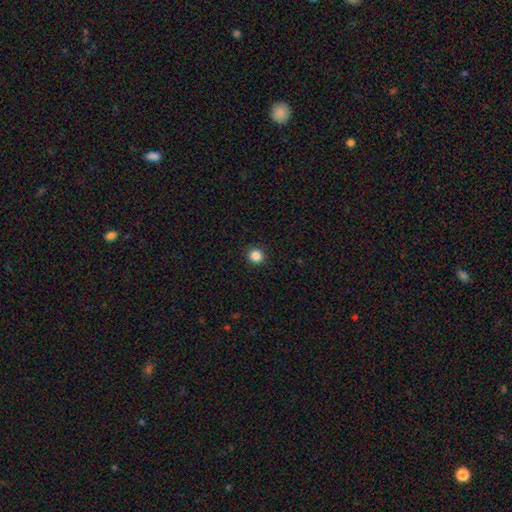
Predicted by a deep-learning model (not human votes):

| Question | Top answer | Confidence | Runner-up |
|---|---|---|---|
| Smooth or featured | smooth | 86% | star or artifact (11%) |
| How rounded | round | 92% | in between (8%) |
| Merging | none | 92% | minor disturbance (5%) |